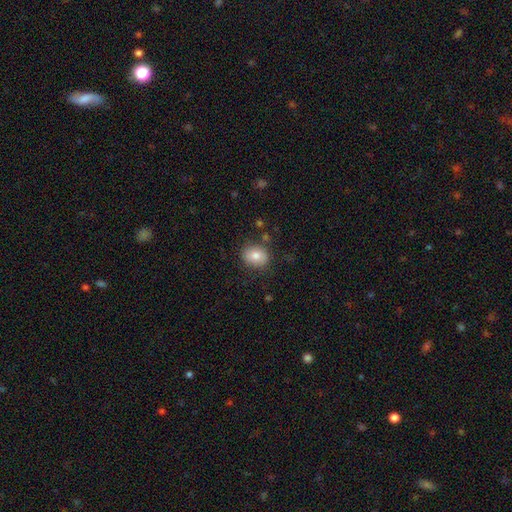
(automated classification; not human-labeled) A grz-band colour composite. It shows a smooth galaxy with no disk features (79%) that is round (53%). Merging: none (82%).